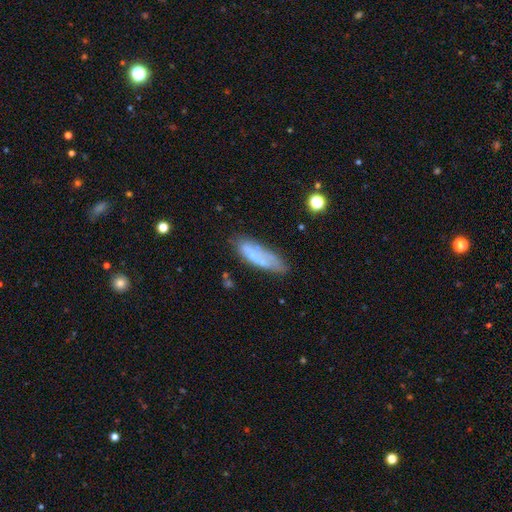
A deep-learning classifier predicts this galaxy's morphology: A featured or disk galaxy (48%). Merging: none (48%).